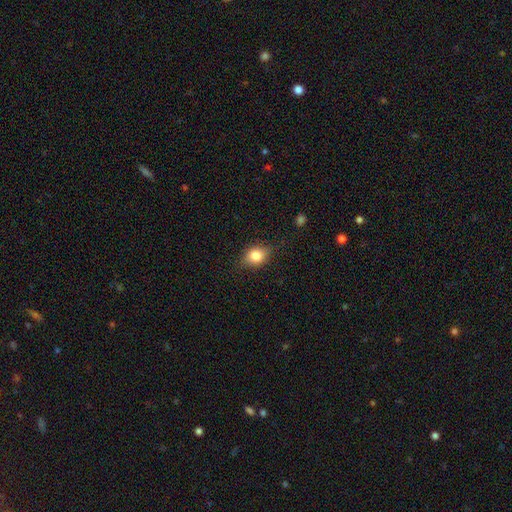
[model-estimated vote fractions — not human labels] The model was most divided on "how rounded": in between: 56%, round: 42%, cigar-shaped: 2%. More confident: merging — none (77%); smooth or featured — smooth (77%).